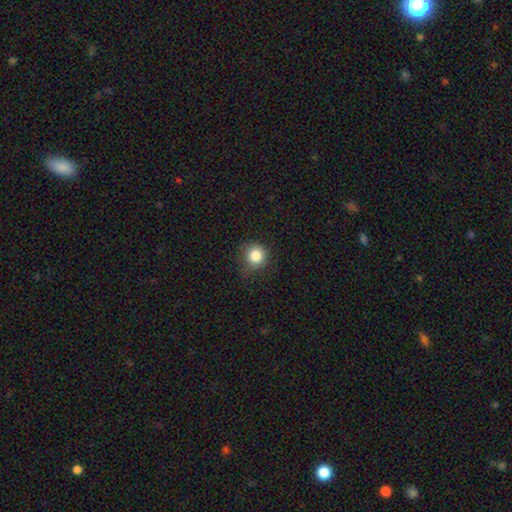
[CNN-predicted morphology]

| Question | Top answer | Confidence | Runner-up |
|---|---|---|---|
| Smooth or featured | smooth | 84% | star or artifact (11%) |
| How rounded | round | 90% | in between (9%) |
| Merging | none | 75% | minor disturbance (19%) |